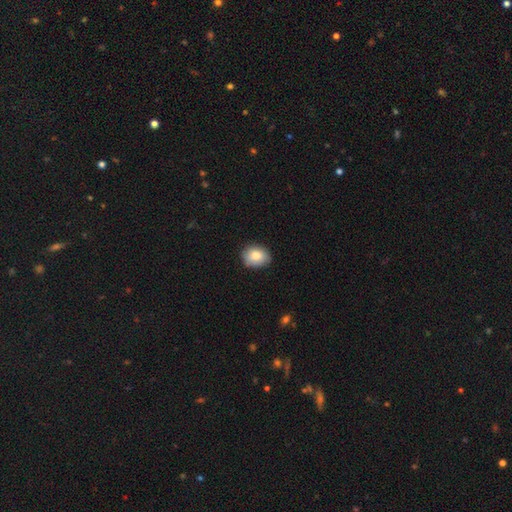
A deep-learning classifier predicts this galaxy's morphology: Overall: smooth (83%). How rounded: in between (55%; round 44%). Merging: none (81%).